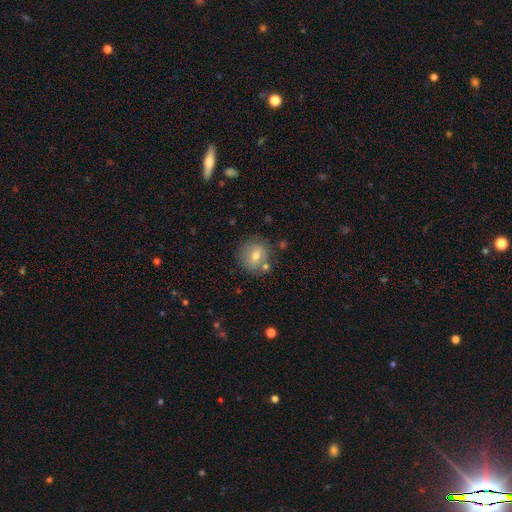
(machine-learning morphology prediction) Smooth or featured? smooth (68%)
How rounded? round (82%)
Merging? none (73%)